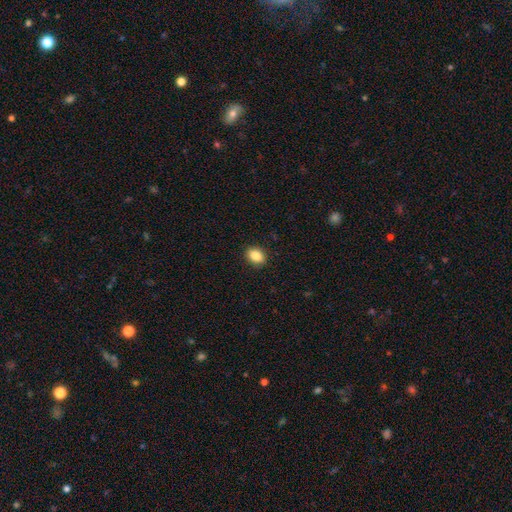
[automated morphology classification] Smooth or featured: smooth — 86% (star or artifact — 9%)
How rounded: in between — 71% (round — 28%)
Merging: none — 90% (minor disturbance — 7%)